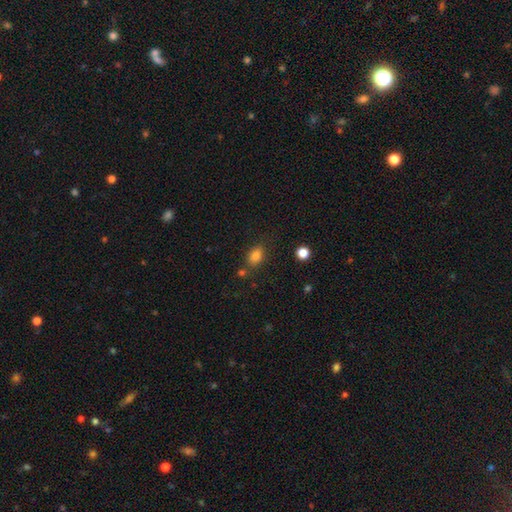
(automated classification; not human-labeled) Q: Smooth or featured?
A: smooth (82%); runner-up: star or artifact (11%)
Q: How rounded?
A: in between (72%); runner-up: round (26%)
Q: Merging?
A: none (72%); runner-up: minor disturbance (15%)